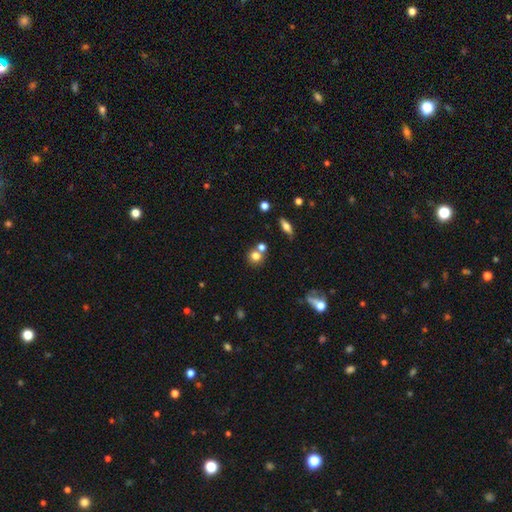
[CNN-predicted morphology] A smooth galaxy with no disk features (75%) that is round (86%).

Vote fractions:
- Smooth or featured? smooth: 75% / star or artifact: 13% / featured or disk: 12%
- How rounded? round: 86% / in between: 13% / cigar-shaped: 1%
- Merging? none: 57% / merger: 31% / minor disturbance: 9% / major disturbance: 3%